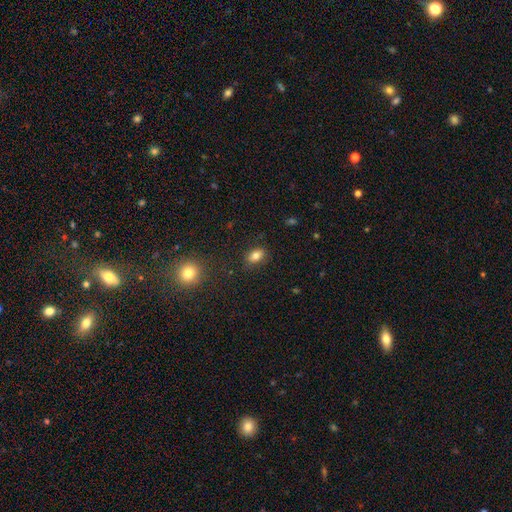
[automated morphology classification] The model was most divided on "how rounded": in between: 82%, round: 16%, cigar-shaped: 2%. More confident: merging — none (82%); smooth or featured — smooth (80%).